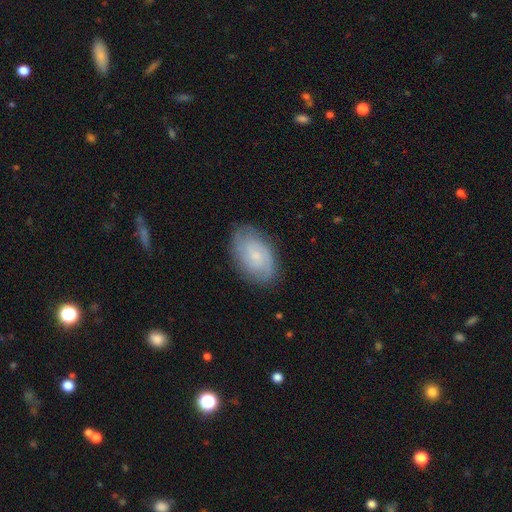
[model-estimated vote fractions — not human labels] Smooth or featured?
  - featured or disk: 66% *
  - smooth: 27%
  - star or artifact: 7%
Edge-on disk?
  - no: 96% *
  - yes: 4%
Bar?
  - no: 65% *
  - weak: 31%
  - strong: 4%
Spiral arms?
  - yes: 92% *
  - no: 8%
Spiral winding?
  - tight: 59% *
  - medium: 32%
  - loose: 9%
Spiral arm count?
  - 2: 47% *
  - can't tell: 31%
  - 3: 11%
  - 4: 4%
  - 1: 4%
  - more than 4: 3%
Bulge size?
  - small: 72% *
  - moderate: 20%
  - none: 6%
  - large: 1%
  - dominant: 1%
Merging?
  - none: 81% *
  - minor disturbance: 15%
  - major disturbance: 4%
  - merger: 1%